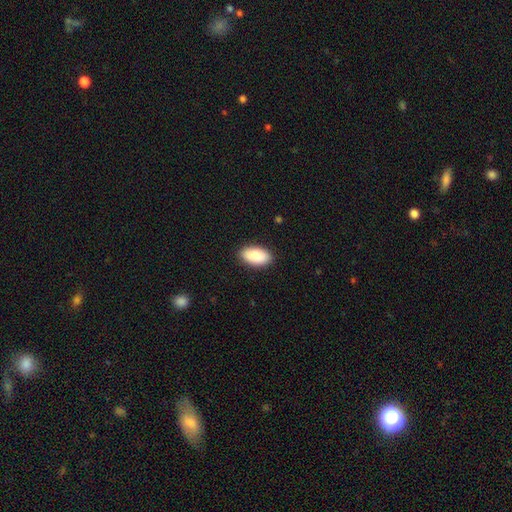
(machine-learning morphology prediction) smooth 89%, star or artifact 6%, featured or disk 5%. Down the decision tree: how rounded — in between (95%); merging — none (89%).